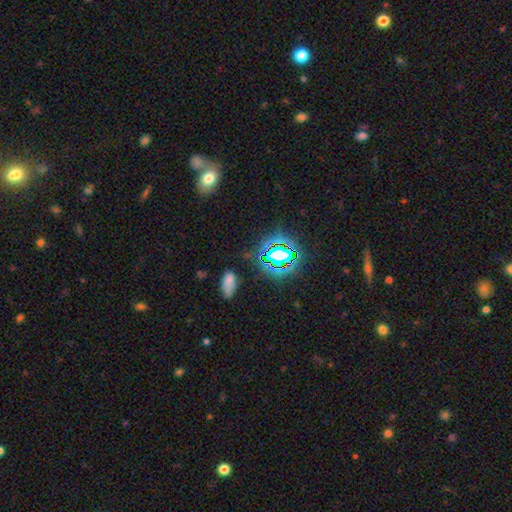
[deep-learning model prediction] star or artifact 65%, smooth 23%, featured or disk 12%.